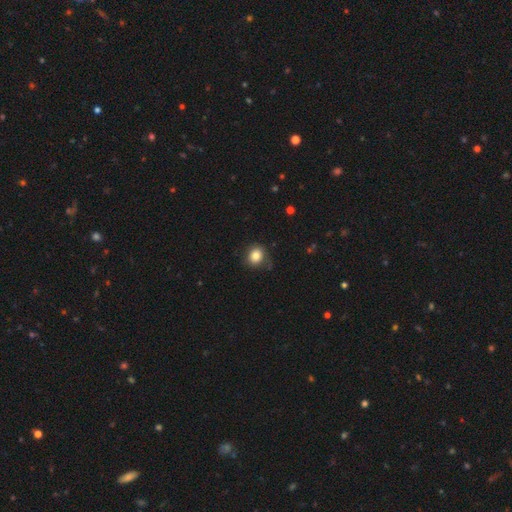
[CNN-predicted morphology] Smooth or featured? smooth (82%)
How rounded? round (73%)
Merging? none (77%)